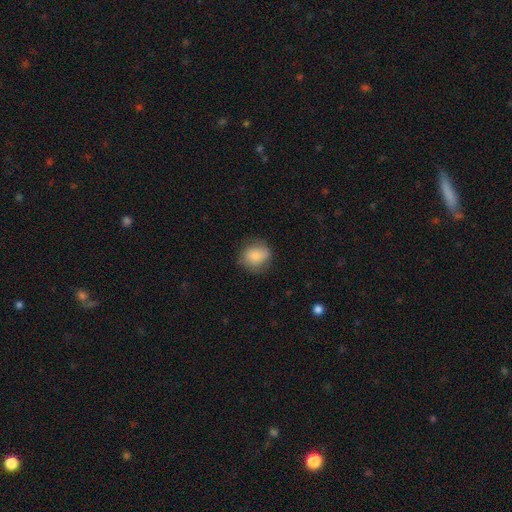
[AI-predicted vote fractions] Smooth or featured?
  - smooth: 80% *
  - featured or disk: 12%
  - star or artifact: 8%
How rounded?
  - round: 72% *
  - in between: 27%
  - cigar-shaped: 1%
Merging?
  - none: 74% *
  - minor disturbance: 19%
  - major disturbance: 6%
  - merger: 1%